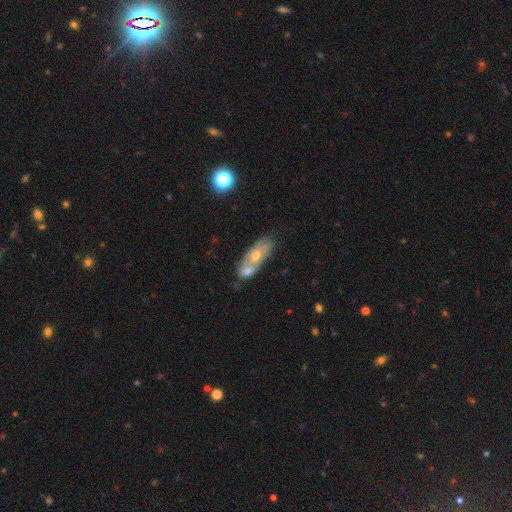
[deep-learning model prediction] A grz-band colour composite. It shows a featured or disk galaxy (49%). Merging: merger (43%).